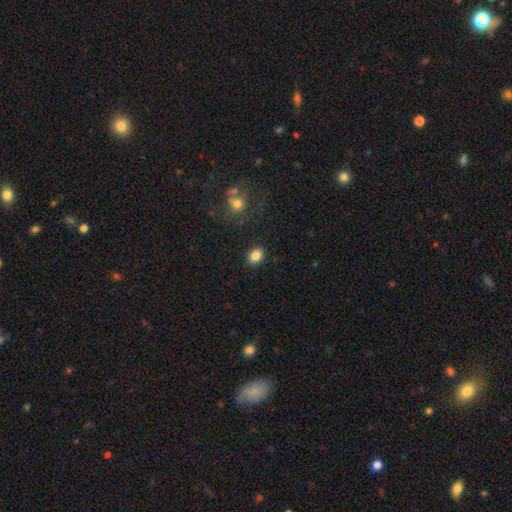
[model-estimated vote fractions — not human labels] smooth 85%, star or artifact 10%, featured or disk 5%. Down the decision tree: how rounded — in between (58%); merging — none (87%).